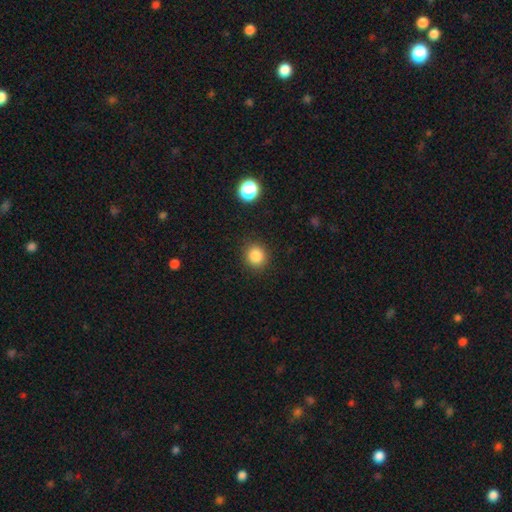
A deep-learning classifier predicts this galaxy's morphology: smooth 85%, star or artifact 11%, featured or disk 4%. Down the decision tree: how rounded — round (87%); merging — none (89%).